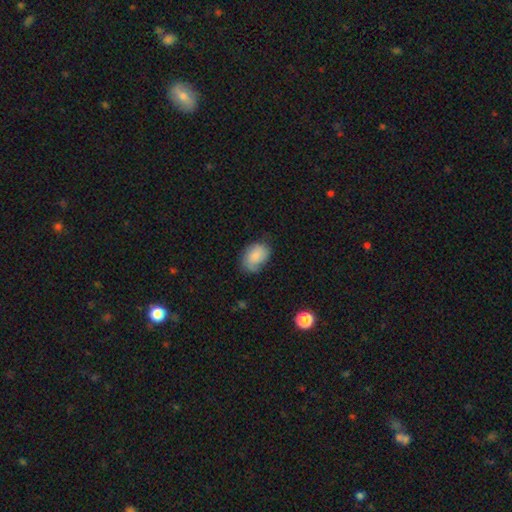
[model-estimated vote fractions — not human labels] Morphology: type=smooth (79%); roundness=in between (79%); merging=none (64%).